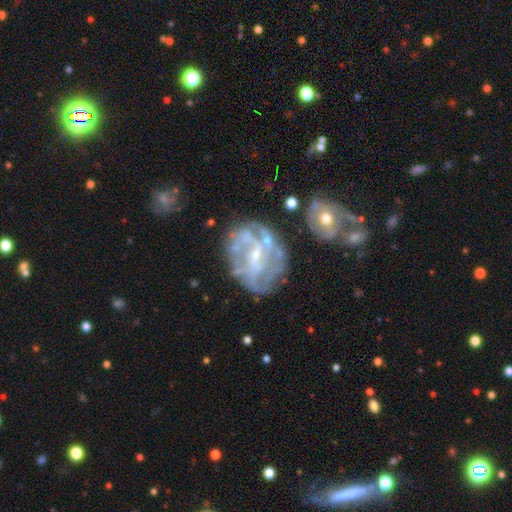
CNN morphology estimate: Smooth or featured: featured or disk — 79% (smooth — 13%)
Edge-on disk: no — 97% (yes — 3%)
Bar: weak — 46% (no — 33%)
Spiral arms: yes — 65% (no — 35%)
Bulge size: small — 61% (moderate — 23%)
Merging: none — 53% (minor disturbance — 20%)